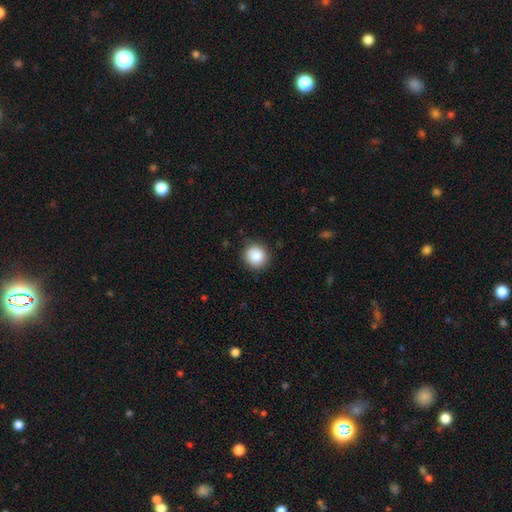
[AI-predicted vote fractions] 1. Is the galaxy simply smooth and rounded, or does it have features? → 88% smooth, 8% star or artifact, 3% featured or disk.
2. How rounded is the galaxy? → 91% round, 8% in between, 1% cigar-shaped.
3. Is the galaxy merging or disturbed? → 88% none, 9% minor disturbance, 2% major disturbance, 1% merger.